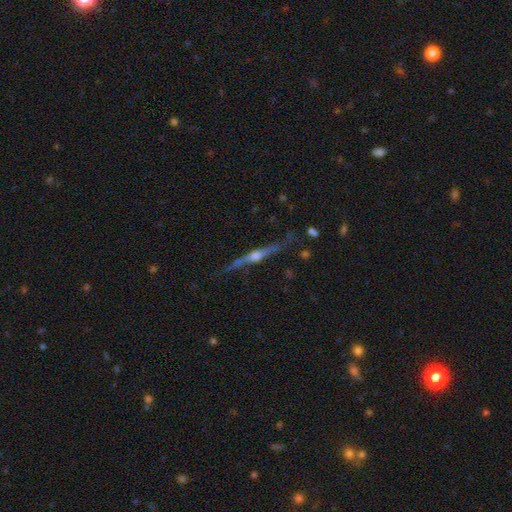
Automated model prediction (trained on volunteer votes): Smooth or featured: featured or disk — 80% (smooth — 14%)
Edge-on disk: yes — 97% (no — 3%)
Edge-on bulge: rounded — 88% (boxy — 6%)
Merging: none — 76% (minor disturbance — 17%)